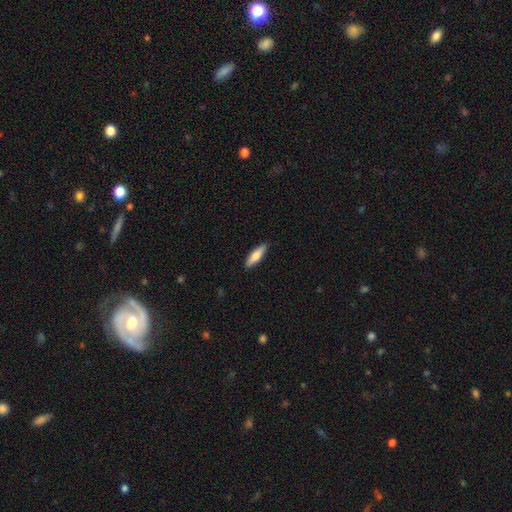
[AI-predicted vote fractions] smooth-or-featured: smooth: 70% | featured or disk: 24% | star or artifact: 5%
  how-rounded: cigar-shaped: 63% | in between: 36% | round: 2%
  merging: none: 89% | minor disturbance: 9% | major disturbance: 2% | merger: 1%